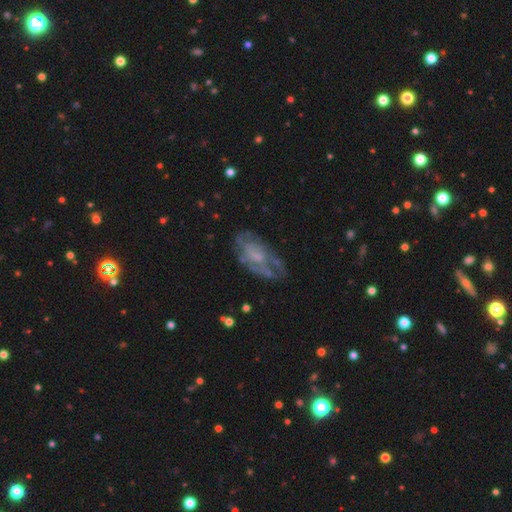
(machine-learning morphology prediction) Smooth or featured: featured or disk — 65% (smooth — 26%)
Edge-on disk: no — 93% (yes — 7%)
Bar: no — 70% (weak — 25%)
Spiral arms: yes — 57% (no — 43%)
Bulge size: small — 39% (none — 29%)
Merging: none — 59% (minor disturbance — 24%)